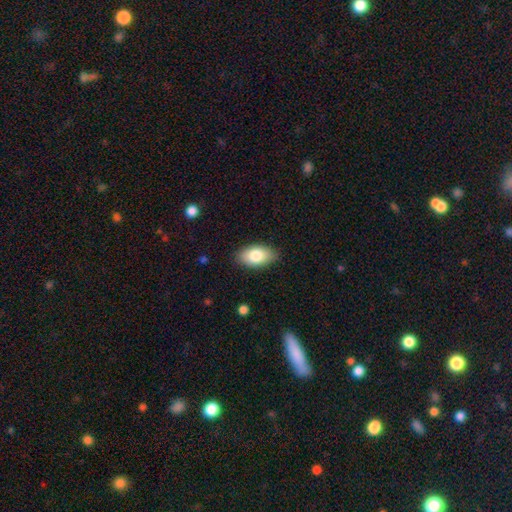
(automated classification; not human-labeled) A smooth galaxy with no disk features (80%) that is in between round and cigar-shaped (93%).

Vote fractions:
- Smooth or featured? smooth: 80% / featured or disk: 13% / star or artifact: 7%
- How rounded? in between: 93% / round: 5% / cigar-shaped: 2%
- Merging? none: 84% / minor disturbance: 12% / major disturbance: 2% / merger: 1%